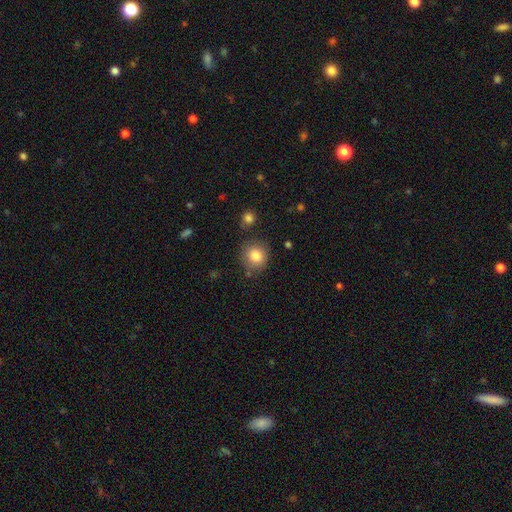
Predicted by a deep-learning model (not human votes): Morphology: type=smooth (84%); roundness=round (89%); merging=none (78%).